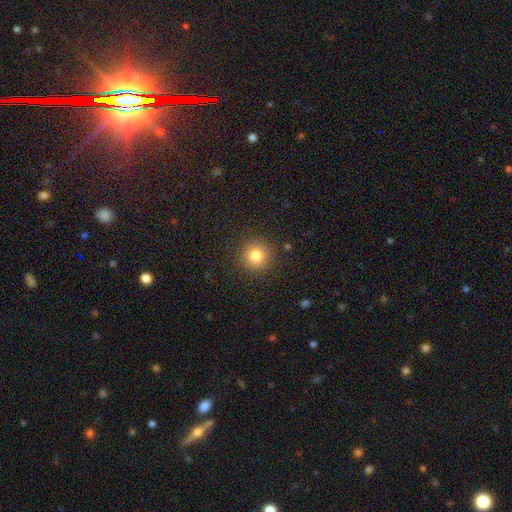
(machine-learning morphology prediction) Smooth or featured?
  - smooth: 82% *
  - star or artifact: 12%
  - featured or disk: 6%
How rounded?
  - round: 95% *
  - in between: 4%
  - cigar-shaped: 1%
Merging?
  - none: 90% *
  - minor disturbance: 6%
  - major disturbance: 2%
  - merger: 1%